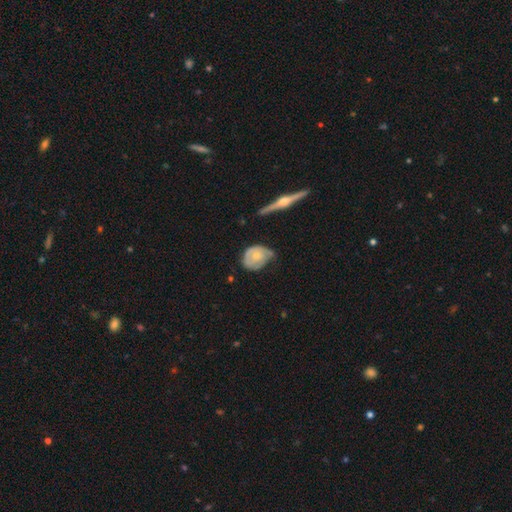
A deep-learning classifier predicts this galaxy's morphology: Smooth or featured?
  - smooth: 47% * (tied)
  - featured or disk: 47% * (tied)
  - star or artifact: 6%
Merging?
  - minor disturbance: 41% *
  - none: 40%
  - major disturbance: 15%
  - merger: 4%